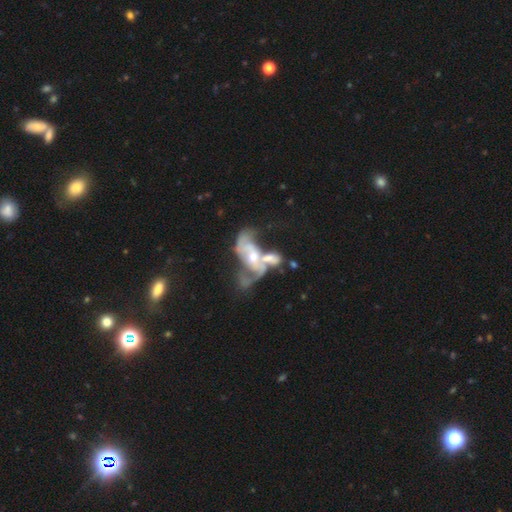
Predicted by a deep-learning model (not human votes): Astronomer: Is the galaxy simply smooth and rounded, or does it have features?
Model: featured or disk — 77%.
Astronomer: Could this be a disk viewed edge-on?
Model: no — 93%.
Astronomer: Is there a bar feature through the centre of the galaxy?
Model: no — 64%.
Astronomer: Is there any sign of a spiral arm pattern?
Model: yes — 73%.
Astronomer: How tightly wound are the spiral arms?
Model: loose — 43% (runner-up: medium, 35%).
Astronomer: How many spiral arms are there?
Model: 2 — 57%.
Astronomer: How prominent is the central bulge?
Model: moderate — 58% (runner-up: small, 35%).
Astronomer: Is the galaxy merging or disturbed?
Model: merger — 63%.